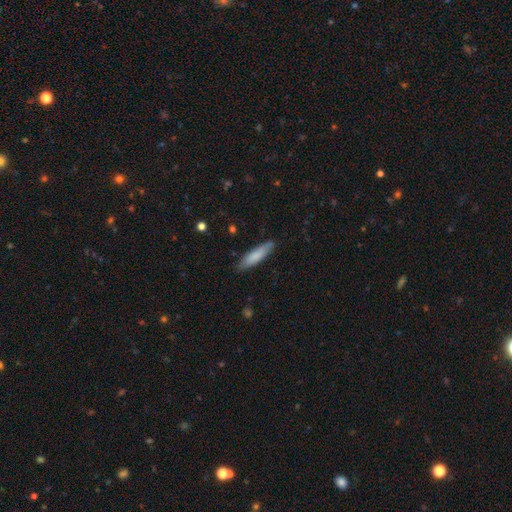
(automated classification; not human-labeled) A smooth galaxy with no disk features (80%) that is cigar-shaped (76%). Merging: none (82%).